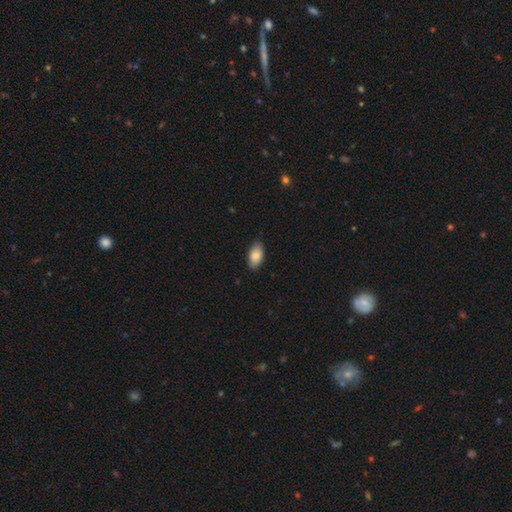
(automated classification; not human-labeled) Smooth or featured? Predicted: smooth (p=0.84). How rounded? Predicted: in between (p=0.94). Merging? Predicted: none (p=0.84).